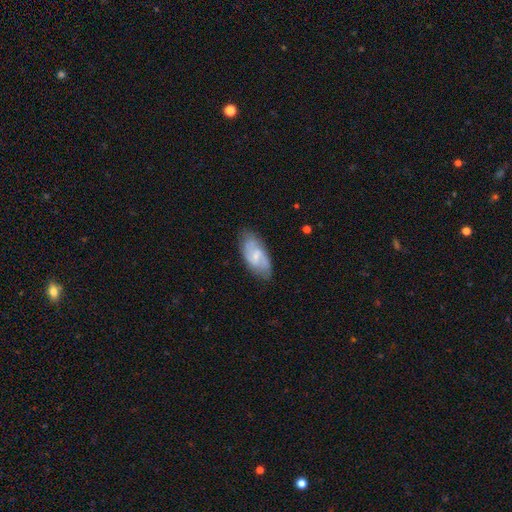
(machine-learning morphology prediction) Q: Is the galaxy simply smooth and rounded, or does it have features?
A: featured or disk — 62%.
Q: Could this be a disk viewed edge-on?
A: no — 94%.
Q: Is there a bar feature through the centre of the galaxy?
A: weak — 58%.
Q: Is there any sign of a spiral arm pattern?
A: yes — 86%.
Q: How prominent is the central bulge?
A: small — 60%.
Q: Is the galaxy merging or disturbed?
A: none — 75%.